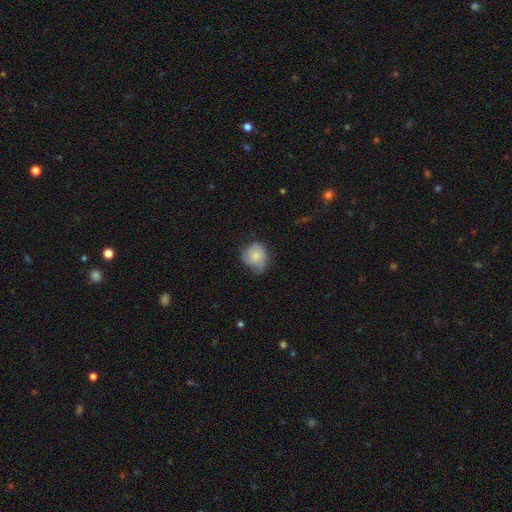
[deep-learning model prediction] This appears to be a smooth galaxy with no disk features (67%) that is round (65%). Merging: none (46%).